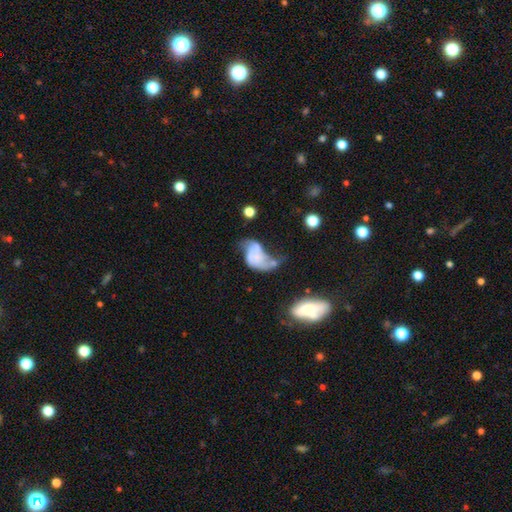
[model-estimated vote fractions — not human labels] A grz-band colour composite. It shows a featured or disk galaxy (55%) with no bar (79%), spiral arms (54%) and no central bulge (69%). Merging: major disturbance (40%).